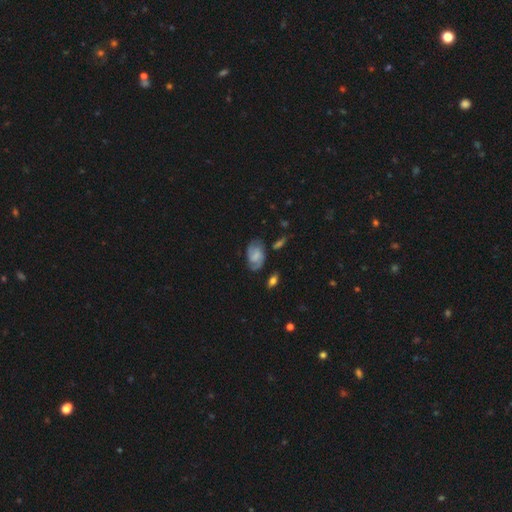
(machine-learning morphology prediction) smooth_or_featured: featured or disk (p=0.58) [alt: smooth p=0.34]
disk_edge_on: no (p=0.96) [alt: yes p=0.04]
bar: no (p=0.47) [alt: weak p=0.43]
has_spiral_arms: yes (p=0.88) [alt: no p=0.12]
bulge_size: none (p=0.40) [alt: small p=0.31]
merging: none (p=0.66) [alt: minor disturbance p=0.22]